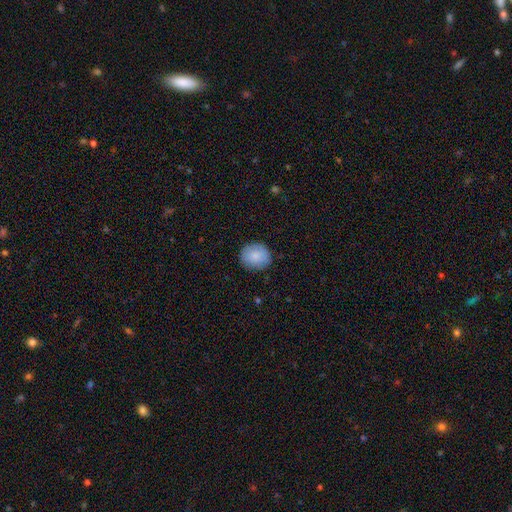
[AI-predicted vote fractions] Smooth or featured?
  - smooth: 86% *
  - featured or disk: 8%
  - star or artifact: 7%
How rounded?
  - round: 77% *
  - in between: 22%
  - cigar-shaped: 1%
Merging?
  - none: 86% *
  - minor disturbance: 11%
  - major disturbance: 2%
  - merger: 1%